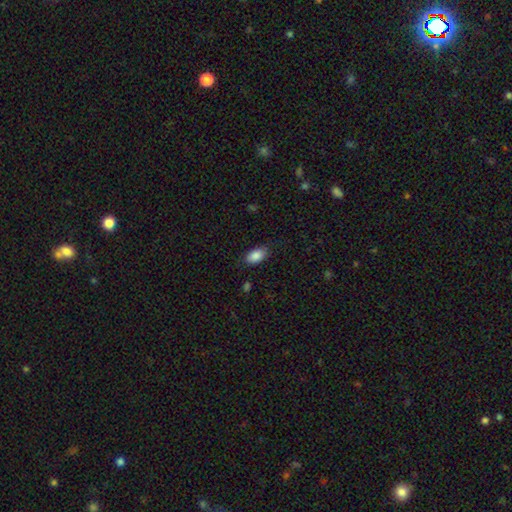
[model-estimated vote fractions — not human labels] This is clearly a smooth galaxy (88%). How rounded: clearly in between (94%). Merging: clearly none (83%).